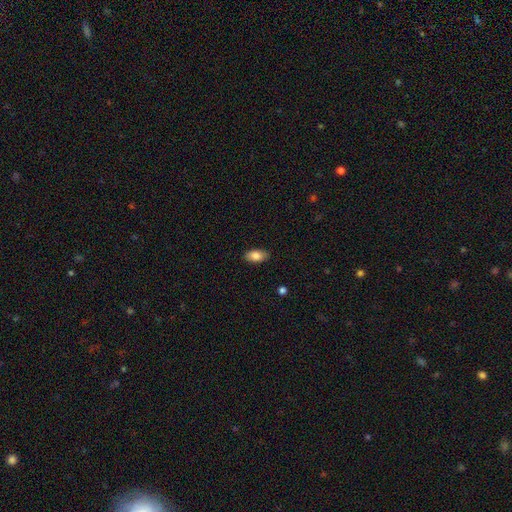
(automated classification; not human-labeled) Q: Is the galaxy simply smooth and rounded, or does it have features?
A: smooth — 84%.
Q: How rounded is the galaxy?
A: in between — 92%.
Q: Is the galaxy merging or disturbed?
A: none — 87%.